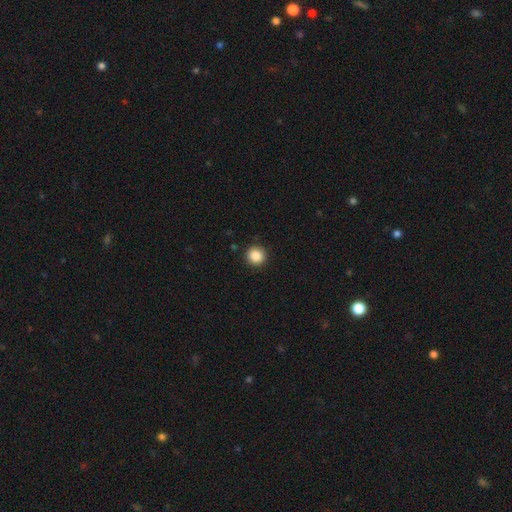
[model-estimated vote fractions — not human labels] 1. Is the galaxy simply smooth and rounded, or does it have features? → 87% smooth, 10% star or artifact, 3% featured or disk.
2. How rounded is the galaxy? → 94% round, 5% in between, 1% cigar-shaped.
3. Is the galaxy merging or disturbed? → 92% none, 5% minor disturbance, 2% major disturbance, 1% merger.